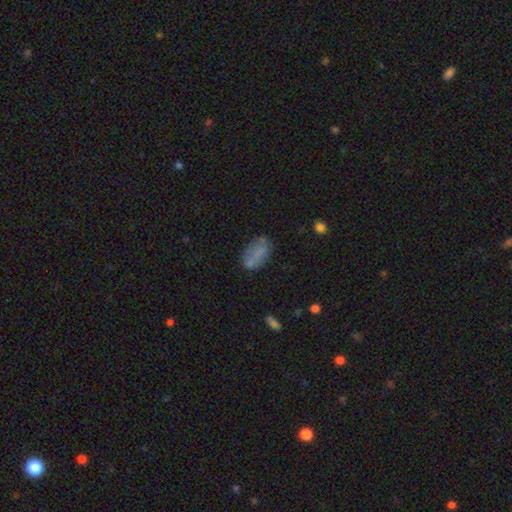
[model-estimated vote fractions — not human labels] Smooth or featured: smooth — 69% (featured or disk — 21%)
How rounded: in between — 91% (round — 5%)
Merging: none — 62% (minor disturbance — 22%)